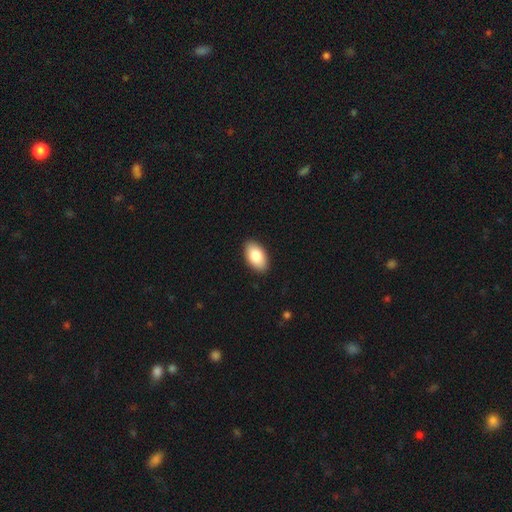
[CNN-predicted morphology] Smooth or featured: smooth — 84% (featured or disk — 10%)
How rounded: in between — 95% (round — 4%)
Merging: none — 90% (minor disturbance — 7%)